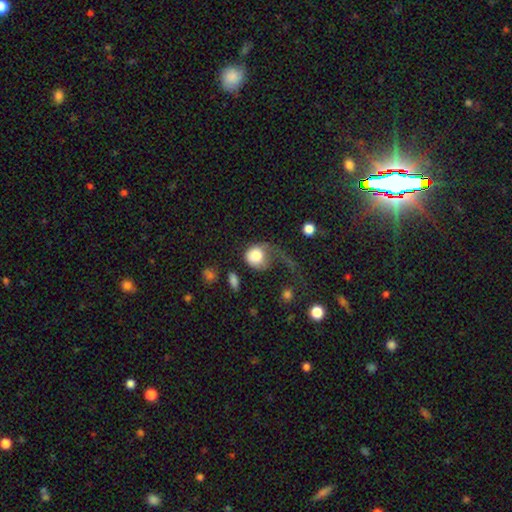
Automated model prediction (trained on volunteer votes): smooth 75%, featured or disk 17%, star or artifact 8%. Down the decision tree: how rounded — round (72%); merging — major disturbance (57%).